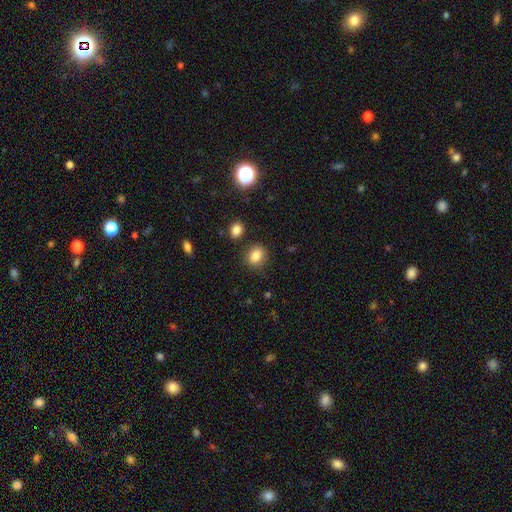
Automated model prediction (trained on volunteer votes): Overall: smooth (85%). How rounded: round (58%; in between 41%). Merging: none (83%).